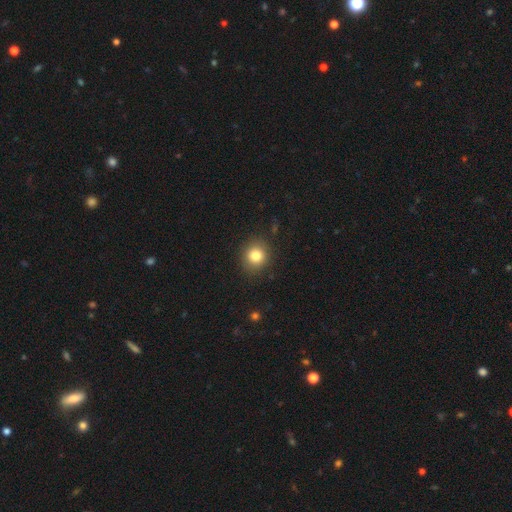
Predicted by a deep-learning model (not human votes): The model was most divided on "how rounded": round: 82%, in between: 17%, cigar-shaped: 1%. More confident: merging — none (87%); smooth or featured — smooth (83%).